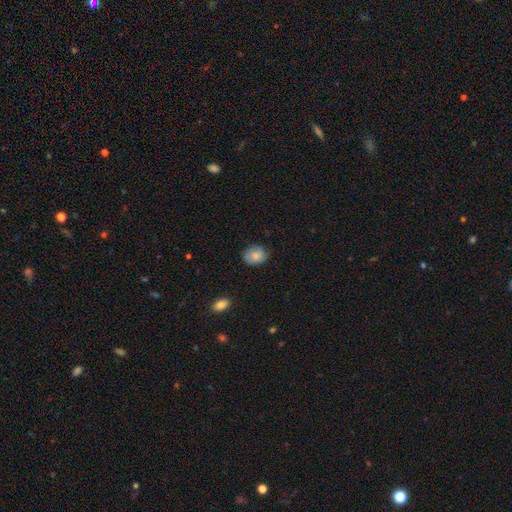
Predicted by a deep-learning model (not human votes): Morphology: type=smooth (78%); roundness=in between (50%); merging=none (71%).